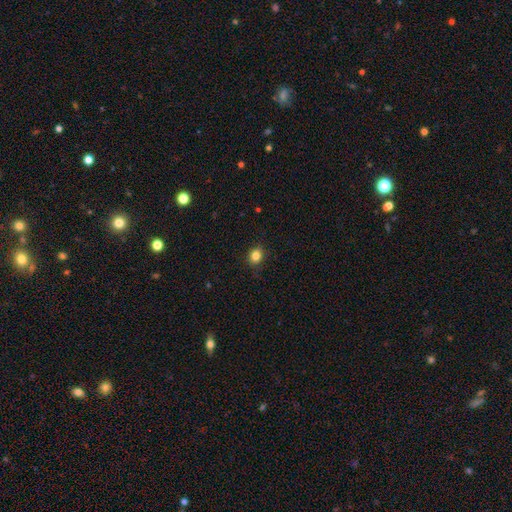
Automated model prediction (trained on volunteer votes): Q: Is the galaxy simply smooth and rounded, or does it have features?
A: smooth — 84%.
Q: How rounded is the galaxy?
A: round — 66%.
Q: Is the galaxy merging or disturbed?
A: none — 87%.